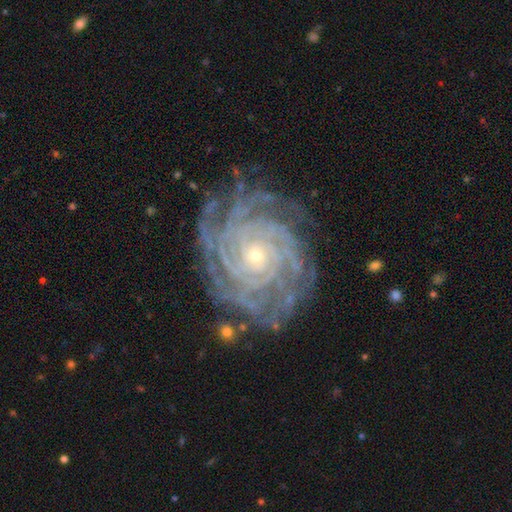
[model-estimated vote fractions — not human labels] The model was most divided on "spiral arm count": more than 4: 32%, 4: 23%, can't tell: 17%, 3: 11%, 2: 9%, 1: 8%. More confident: spiral arms — yes (98%); edge-on disk — no (98%); smooth or featured — featured or disk (91%); spiral winding — tight (84%); merging — none (79%); bulge size — small (77%); bar — no (73%).